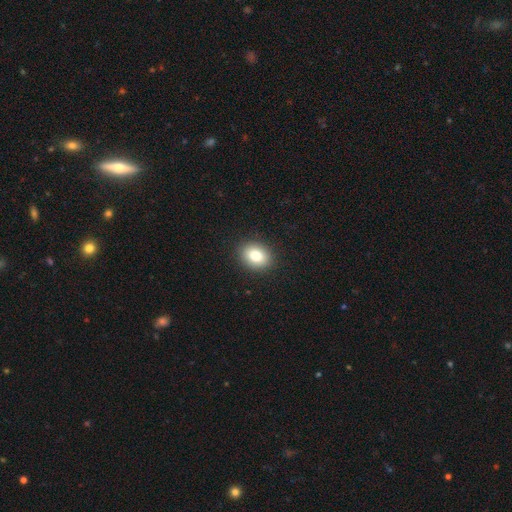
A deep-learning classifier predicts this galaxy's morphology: type=smooth (83%); roundness=in between (58%); merging=none (90%).